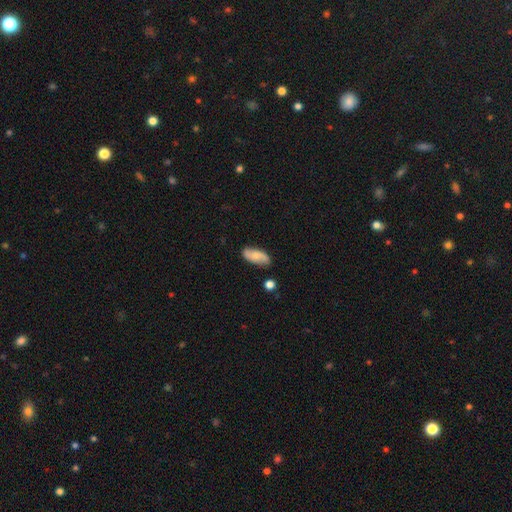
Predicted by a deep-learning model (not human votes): A smooth galaxy with no disk features (63%) that is in between round and cigar-shaped (84%).

Vote fractions:
- Smooth or featured? smooth: 63% / featured or disk: 30% / star or artifact: 7%
- How rounded? in between: 84% / cigar-shaped: 13% / round: 3%
- Merging? none: 78% / minor disturbance: 16% / merger: 3% / major disturbance: 3%